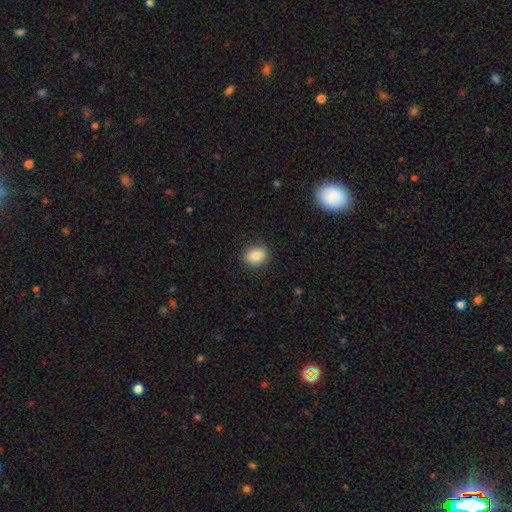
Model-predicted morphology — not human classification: type=smooth (85%); roundness=in between (51%); merging=none (89%).